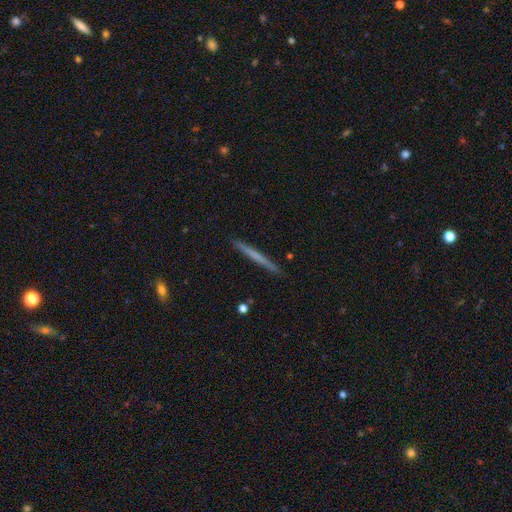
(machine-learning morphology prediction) The model was most divided on "smooth or featured": smooth: 52%, featured or disk: 43%, star or artifact: 5%. More confident: how rounded — cigar-shaped (97%); merging — none (92%).